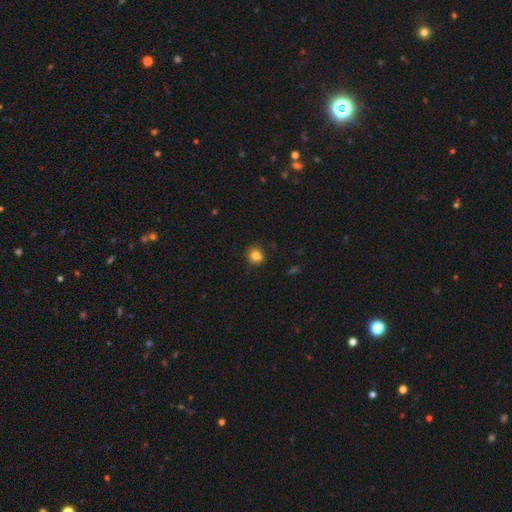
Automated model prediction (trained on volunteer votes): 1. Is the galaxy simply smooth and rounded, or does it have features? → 84% smooth, 11% star or artifact, 5% featured or disk.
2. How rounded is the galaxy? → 79% round, 20% in between, 1% cigar-shaped.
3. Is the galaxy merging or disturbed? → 84% none, 12% minor disturbance, 2% major disturbance, 1% merger.